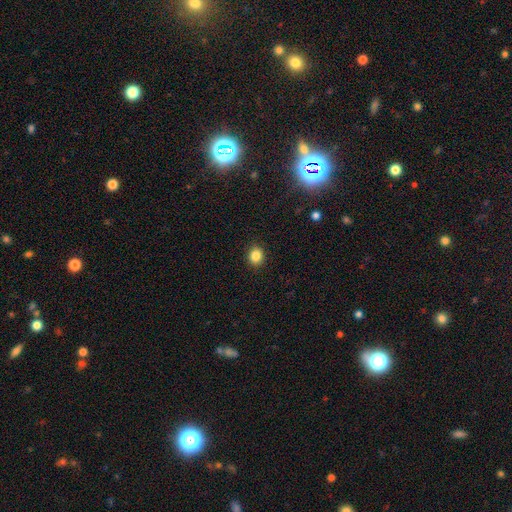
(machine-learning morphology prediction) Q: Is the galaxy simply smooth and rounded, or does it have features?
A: smooth — 85%.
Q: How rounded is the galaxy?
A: round — 70%.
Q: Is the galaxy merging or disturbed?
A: none — 90%.